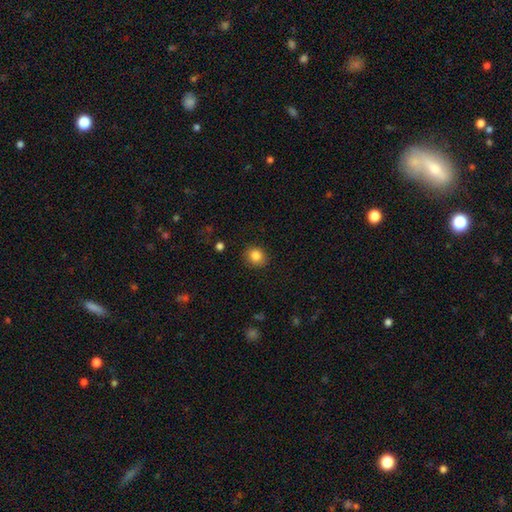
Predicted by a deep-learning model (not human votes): smooth-or-featured: smooth: 84% | star or artifact: 10% | featured or disk: 6%
  how-rounded: round: 74% | in between: 25% | cigar-shaped: 1%
  merging: none: 88% | minor disturbance: 9% | major disturbance: 2% | merger: 1%